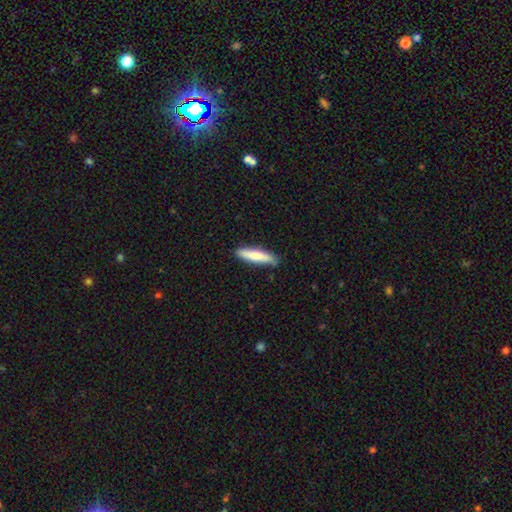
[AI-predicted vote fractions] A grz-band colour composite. It shows a smooth galaxy with no disk features (70%) that is cigar-shaped (81%). Merging: none (84%).